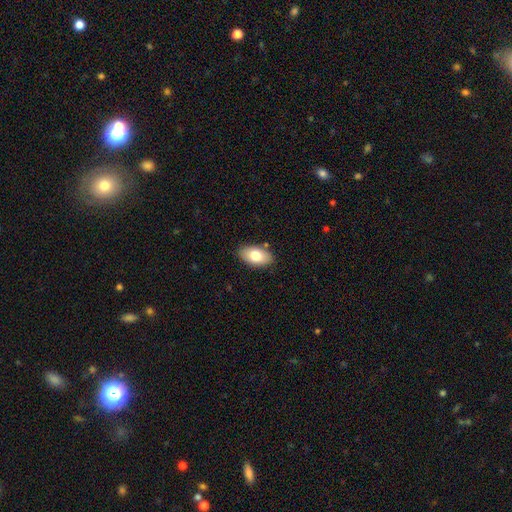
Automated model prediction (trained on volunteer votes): A smooth galaxy with no disk features (78%) that is in between round and cigar-shaped (93%). Merging: none (85%).